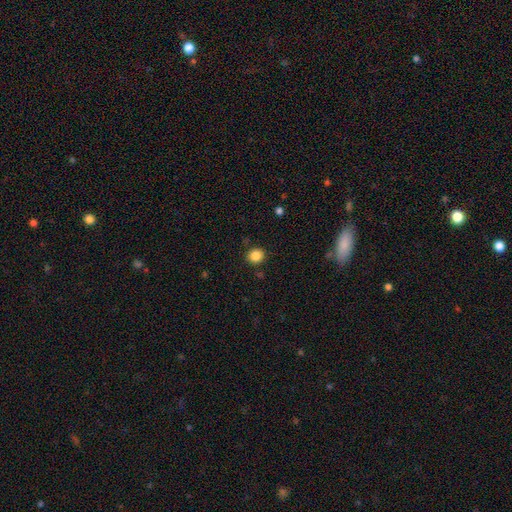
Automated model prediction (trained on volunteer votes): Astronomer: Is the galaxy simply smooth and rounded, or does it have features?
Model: smooth — 86%.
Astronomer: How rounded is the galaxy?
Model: round — 84%.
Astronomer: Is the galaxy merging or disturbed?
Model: none — 88%.